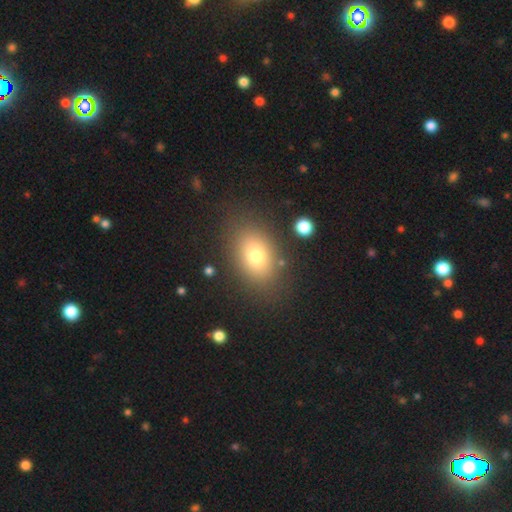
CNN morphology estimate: A smooth galaxy with no disk features (75%) that is in between round and cigar-shaped (78%).

Vote fractions:
- Smooth or featured? smooth: 75% / featured or disk: 13% / star or artifact: 12%
- How rounded? in between: 78% / round: 20% / cigar-shaped: 1%
- Merging? none: 81% / minor disturbance: 11% / major disturbance: 5% / merger: 3%